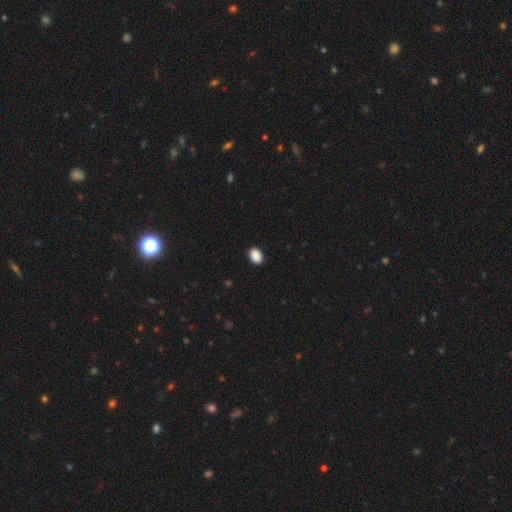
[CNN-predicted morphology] This appears to be a smooth galaxy with no disk features (90%) that is in between round and cigar-shaped (76%). Merging: none (90%).